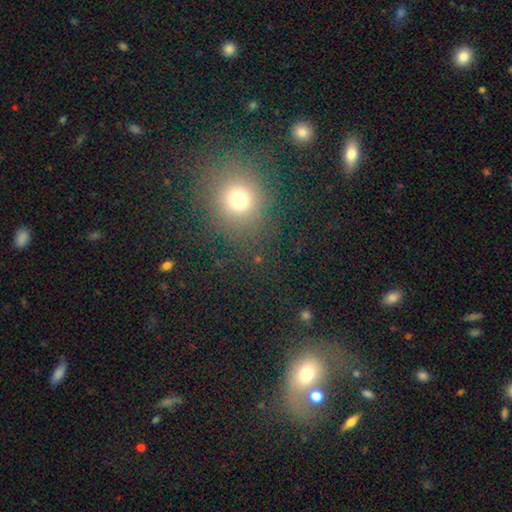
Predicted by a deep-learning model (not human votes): smooth 60%, star or artifact 28%, featured or disk 11%. Down the decision tree: how rounded — round (75%); merging — none (77%).